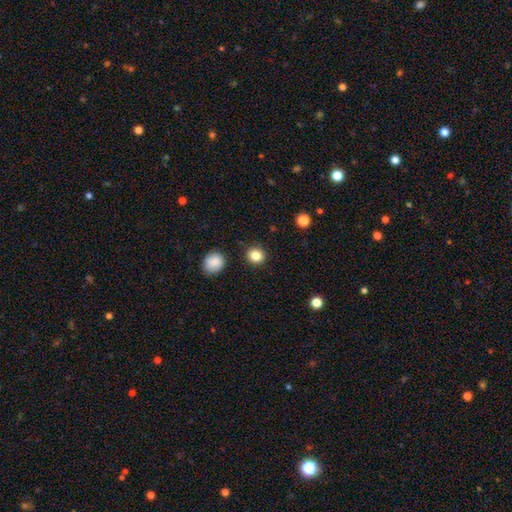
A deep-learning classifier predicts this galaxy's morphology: A smooth galaxy with no disk features (84%) that is round (84%).

Vote fractions:
- Smooth or featured? smooth: 84% / star or artifact: 11% / featured or disk: 5%
- How rounded? round: 84% / in between: 15% / cigar-shaped: 1%
- Merging? none: 88% / minor disturbance: 7% / merger: 2% / major disturbance: 2%